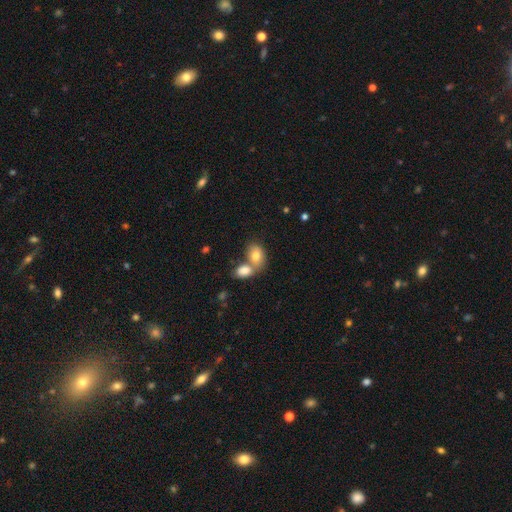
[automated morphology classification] A smooth galaxy with no disk features (78%) that is in between round and cigar-shaped (81%). Merging: merger (56%).